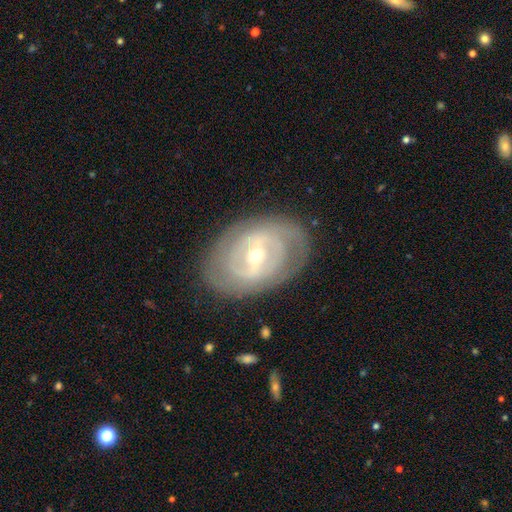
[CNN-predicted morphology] A featured or disk galaxy (80%) with a weak bar (42%), tight (65%) spiral arms (70%) and a small central bulge (53%). Merging: none (80%).